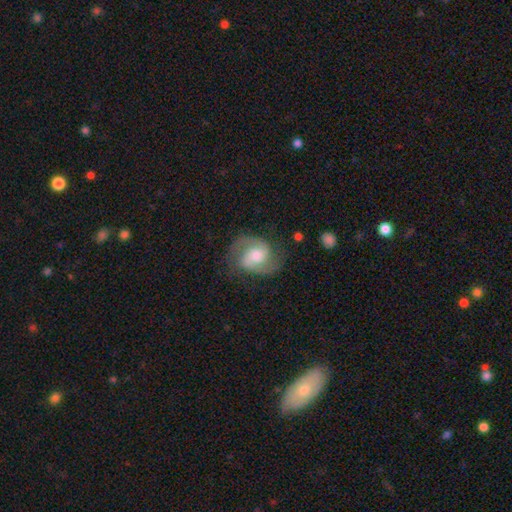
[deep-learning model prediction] A featured or disk galaxy (80%) with no bar (45%), 2 (90%) medium (55%) spiral arms (96%) and a moderate central bulge (56%).

Vote fractions:
- Smooth or featured? featured or disk: 80% / smooth: 14% / star or artifact: 6%
- Edge-on disk? no: 98% / yes: 2%
- Bar? no: 45% / weak: 44% / strong: 11%
- Spiral arms? yes: 96% / no: 4%
- Spiral winding? medium: 55% / tight: 24% / loose: 20%
- Spiral arm count? 2: 90% / can't tell: 4% / 1: 2% / 3: 2% / 4: 1% / more than 4: 1%
- Bulge size? moderate: 56% / large: 21% / small: 17% / none: 4% / dominant: 2%
- Merging? none: 73% / minor disturbance: 18% / major disturbance: 8% / merger: 2%